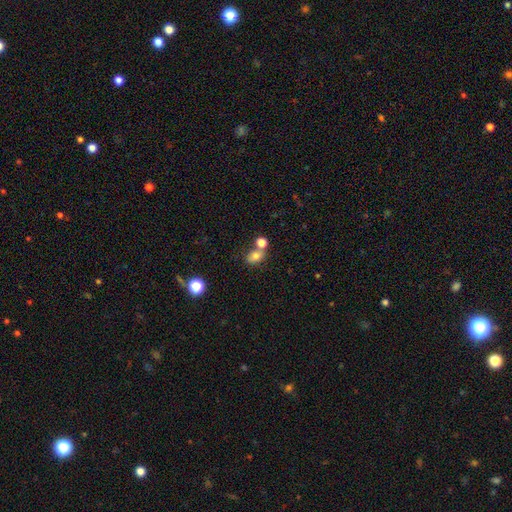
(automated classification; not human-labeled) smooth-or-featured: smooth: 76% | star or artifact: 12% | featured or disk: 12%
  how-rounded: in between: 67% | round: 32% | cigar-shaped: 2%
  merging: none: 50% | merger: 33% | minor disturbance: 12% | major disturbance: 5%